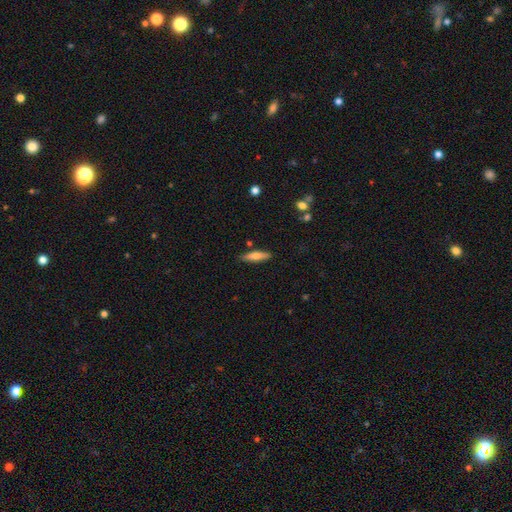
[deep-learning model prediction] Q: Smooth or featured?
A: smooth (67%); runner-up: featured or disk (26%)
Q: How rounded?
A: cigar-shaped (73%); runner-up: in between (25%)
Q: Merging?
A: none (85%); runner-up: minor disturbance (11%)